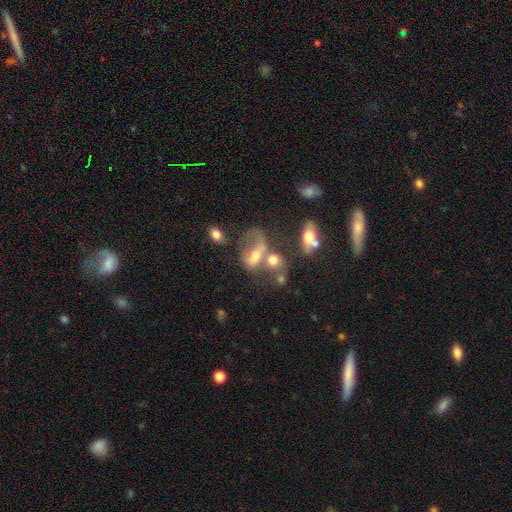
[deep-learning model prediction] Q: Smooth or featured?
A: featured or disk (43%); runner-up: smooth (40%)
Q: Merging?
A: merger (45%); runner-up: major disturbance (24%)